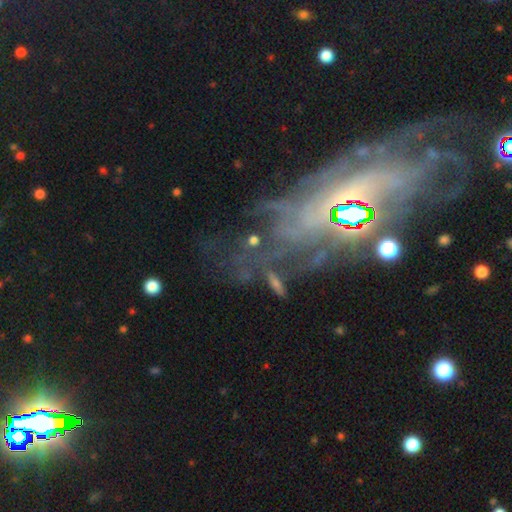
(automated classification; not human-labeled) Smooth or featured? Predicted: featured or disk (p=0.77). Edge-on disk? Predicted: no (p=0.84). Bar? Predicted: no (p=0.50). Spiral arms? Predicted: yes (p=0.86). Spiral winding? Predicted: tight (p=0.64). Spiral arm count? Predicted: can't tell (p=0.51). Bulge size? Predicted: moderate (p=0.43). Merging? Predicted: none (p=0.69).